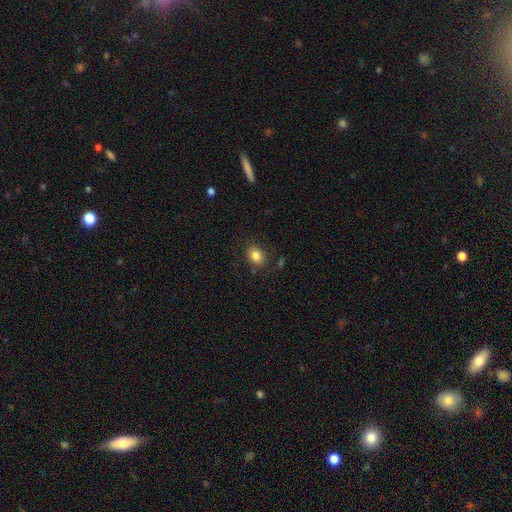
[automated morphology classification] type=smooth (83%); roundness=in between (64%); merging=none (82%).